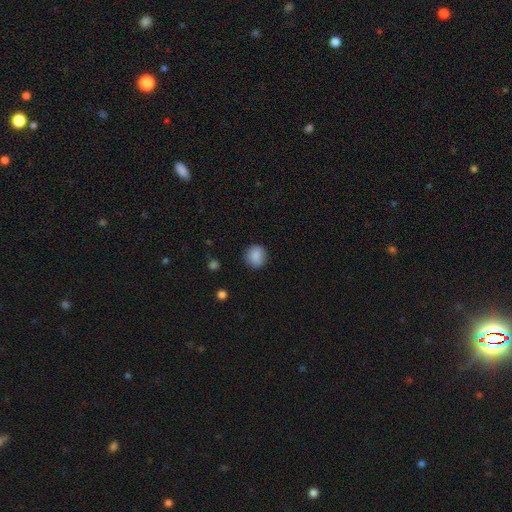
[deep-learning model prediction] Smooth or featured: smooth — 86% (star or artifact — 8%)
How rounded: round — 90% (in between — 9%)
Merging: none — 88% (minor disturbance — 8%)